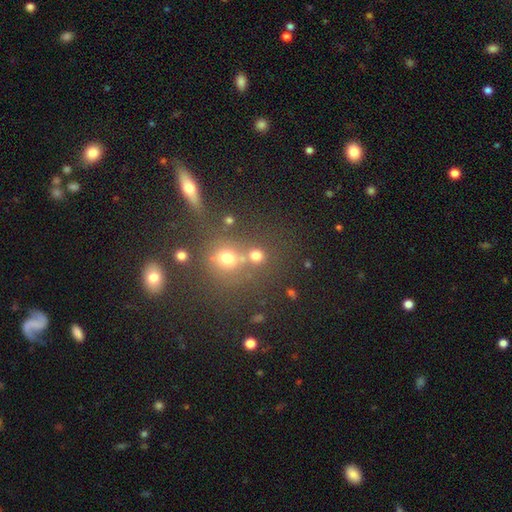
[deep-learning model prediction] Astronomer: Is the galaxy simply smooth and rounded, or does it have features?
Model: smooth — 72%.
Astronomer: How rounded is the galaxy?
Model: round — 86%.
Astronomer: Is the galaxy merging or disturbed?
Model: none — 59%.